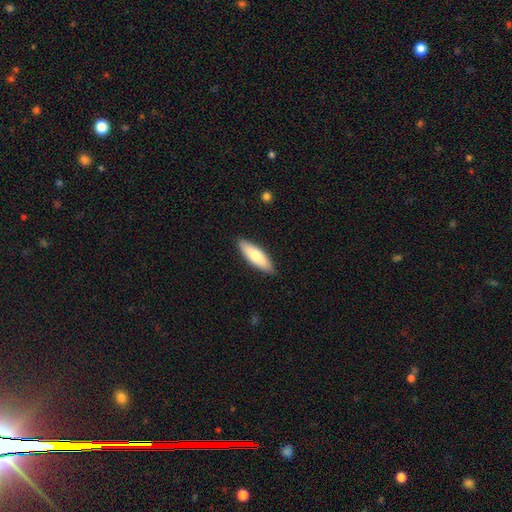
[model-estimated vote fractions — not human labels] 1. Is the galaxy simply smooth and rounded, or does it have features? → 73% smooth, 22% featured or disk, 5% star or artifact.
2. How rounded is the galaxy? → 50% in between, 49% cigar-shaped, 2% round.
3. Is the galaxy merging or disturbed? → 89% none, 9% minor disturbance, 2% major disturbance, 1% merger.